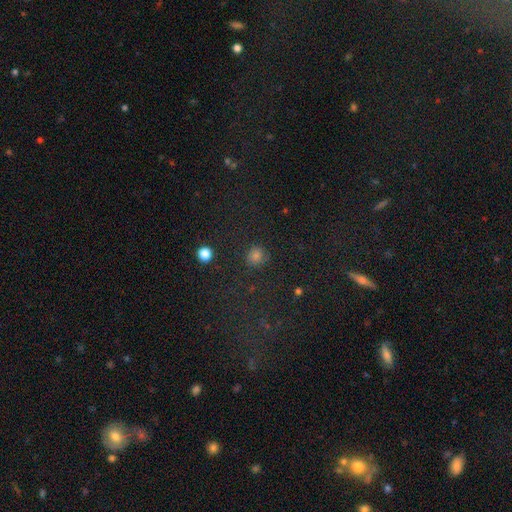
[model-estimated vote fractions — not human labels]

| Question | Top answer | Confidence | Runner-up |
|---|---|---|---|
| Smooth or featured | smooth | 73% | star or artifact (21%) |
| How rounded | round | 86% | in between (13%) |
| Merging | none | 86% | minor disturbance (9%) |